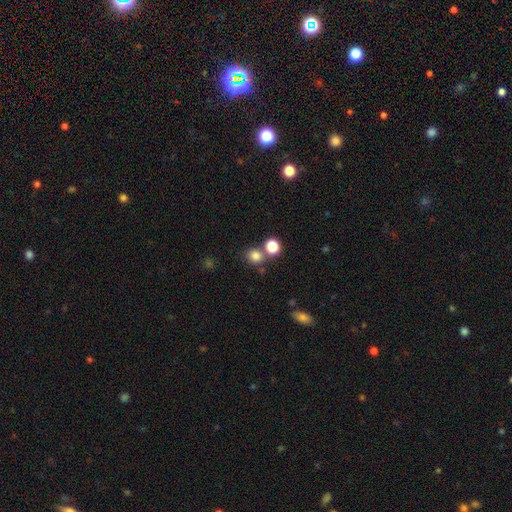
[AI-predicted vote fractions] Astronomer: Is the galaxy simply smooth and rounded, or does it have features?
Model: smooth — 80%.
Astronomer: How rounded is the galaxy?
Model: round — 80%.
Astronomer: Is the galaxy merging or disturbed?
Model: none — 64%.